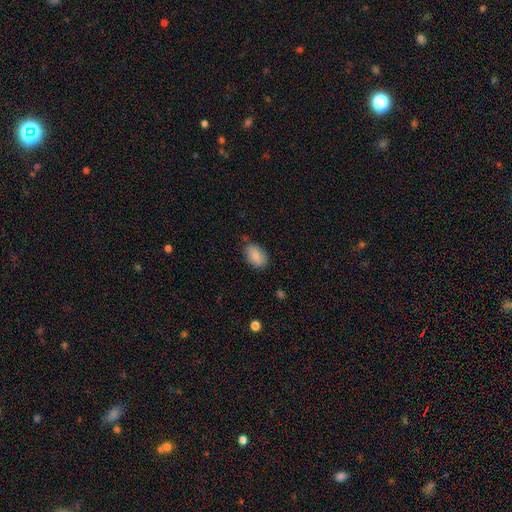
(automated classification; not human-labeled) Smooth or featured? Predicted: smooth (p=0.84). How rounded? Predicted: in between (p=0.90). Merging? Predicted: none (p=0.76).